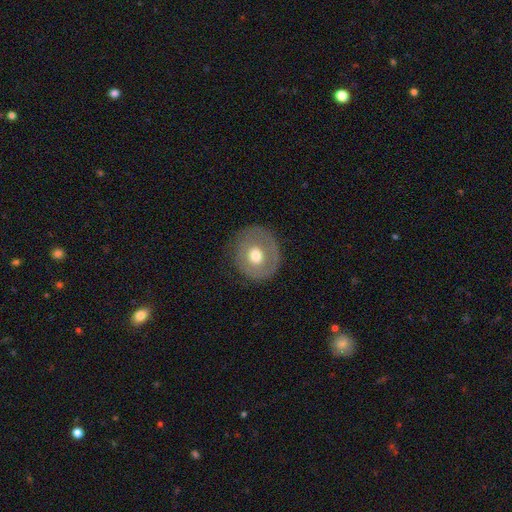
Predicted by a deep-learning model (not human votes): The model was most divided on "smooth or featured": smooth: 54%, featured or disk: 39%, star or artifact: 7%. More confident: how rounded — round (78%); merging — none (73%).